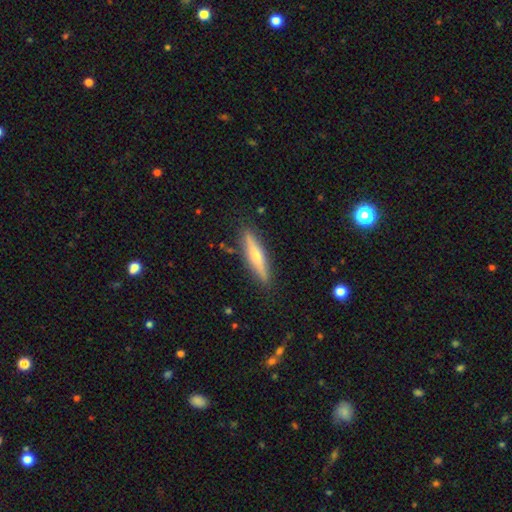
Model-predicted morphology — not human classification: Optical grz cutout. It shows a featured or disk galaxy (56%) viewed edge-on (94%) with a rounded central bulge (86%). Merging: none (88%).